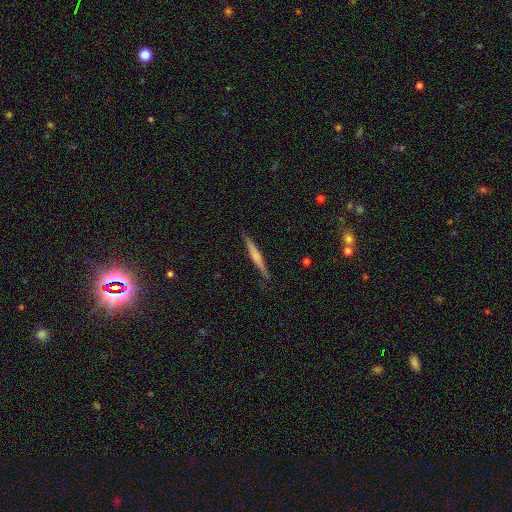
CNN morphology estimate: smooth-or-featured: featured or disk: 48% | smooth: 46% | star or artifact: 6%
  merging: none: 89% | minor disturbance: 8% | major disturbance: 2% | merger: 1%